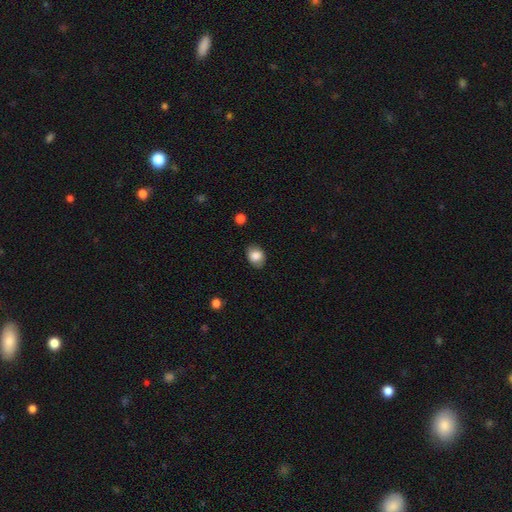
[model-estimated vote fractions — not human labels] A smooth galaxy with no disk features (84%) that is in between round and cigar-shaped (63%). Merging: none (82%).